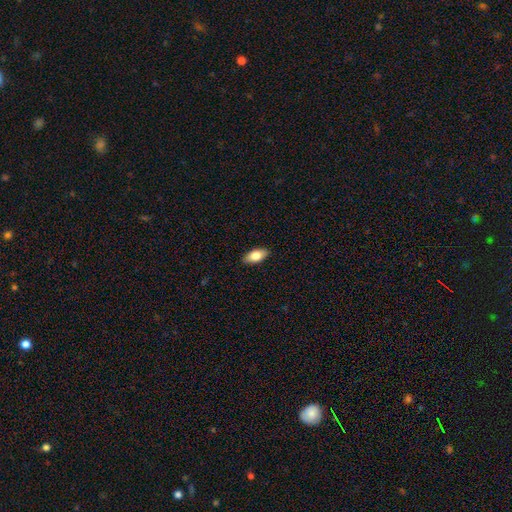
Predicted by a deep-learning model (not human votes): A smooth galaxy with no disk features (81%) that is in between round and cigar-shaped (90%). Merging: none (88%).